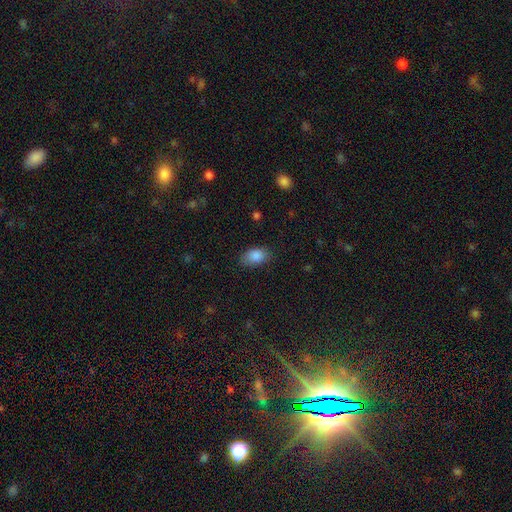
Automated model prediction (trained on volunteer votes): Smooth or featured: smooth — 87% (star or artifact — 8%)
How rounded: in between — 89% (round — 10%)
Merging: none — 79% (minor disturbance — 16%)